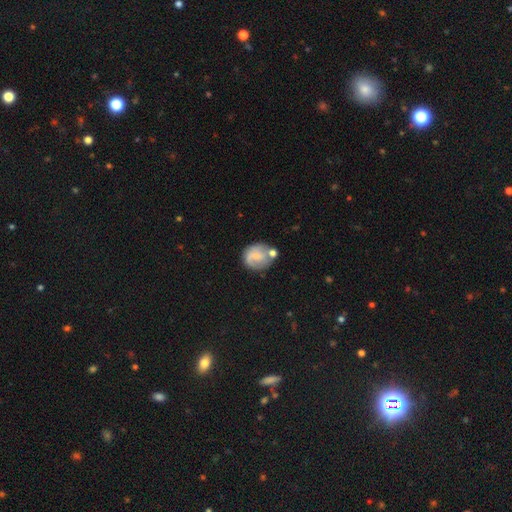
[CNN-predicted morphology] The model was most divided on "smooth or featured": smooth: 48%, featured or disk: 44%, star or artifact: 8%. Remaining: merging — none (50%).